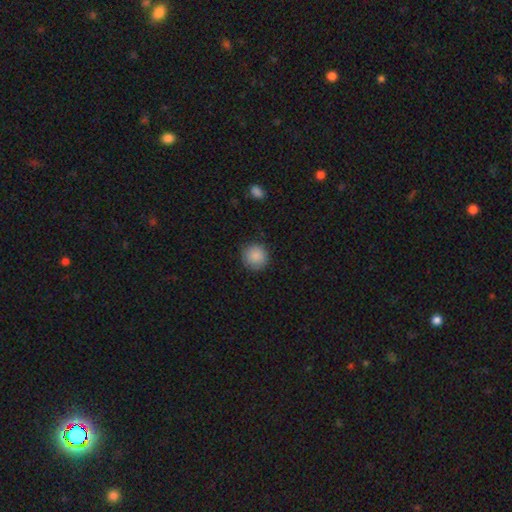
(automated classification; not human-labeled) smooth-or-featured: smooth: 88% | star or artifact: 8% | featured or disk: 4%
  how-rounded: round: 93% | in between: 6% | cigar-shaped: 1%
  merging: none: 87% | minor disturbance: 9% | major disturbance: 2% | merger: 1%